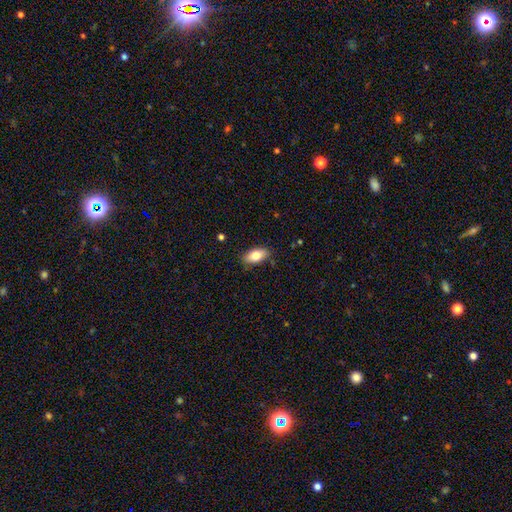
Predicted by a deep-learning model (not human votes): Morphology: type=smooth (79%); roundness=in between (90%); merging=none (85%).